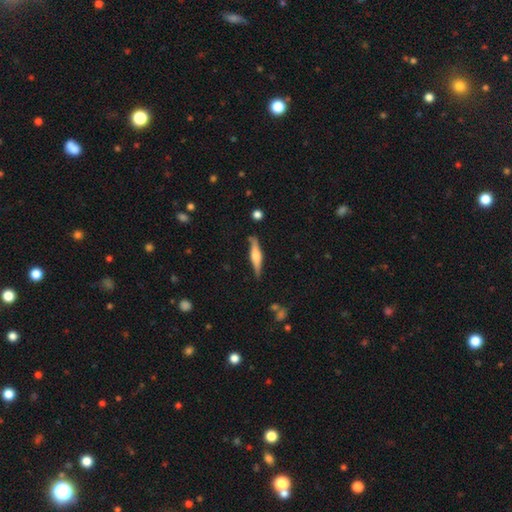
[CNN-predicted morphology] Smooth or featured?
  - featured or disk: 62% *
  - smooth: 32%
  - star or artifact: 6%
Edge-on disk?
  - yes: 97% *
  - no: 3%
Edge-on bulge?
  - rounded: 74% *
  - boxy: 21%
  - none: 5%
Merging?
  - none: 84% *
  - minor disturbance: 11%
  - major disturbance: 2%
  - merger: 2%